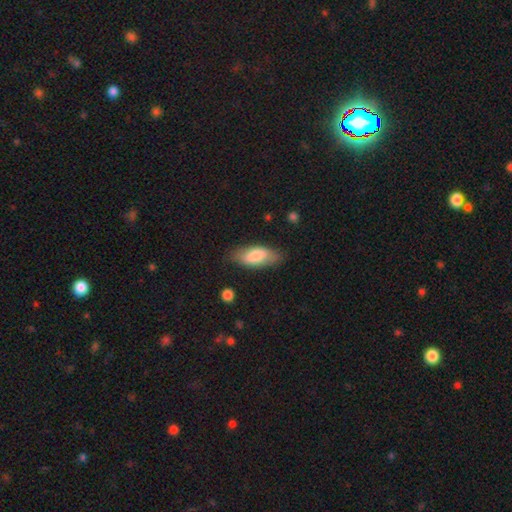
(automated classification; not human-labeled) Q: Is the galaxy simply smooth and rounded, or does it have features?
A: smooth — 78%.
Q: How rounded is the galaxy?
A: in between — 80%.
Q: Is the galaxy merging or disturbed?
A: none — 79%.